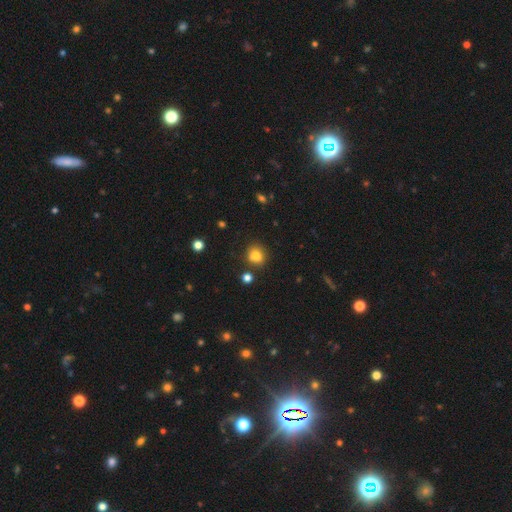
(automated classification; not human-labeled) Smooth or featured? smooth (81%)
How rounded? round (81%)
Merging? none (81%)